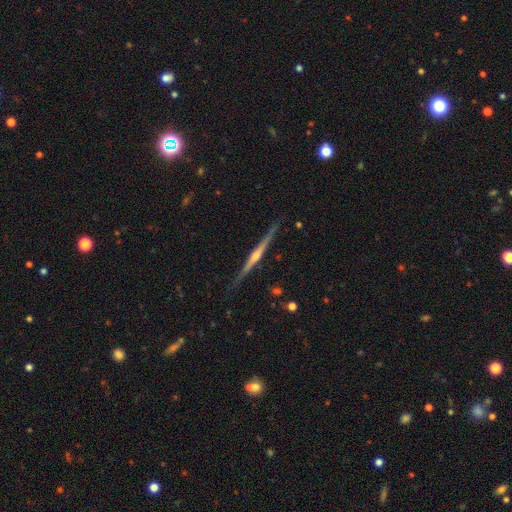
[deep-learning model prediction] Morphology: type=featured or disk (83%); edge-on=yes (98%); edge-on bulge=rounded (80%); merging=none (88%).